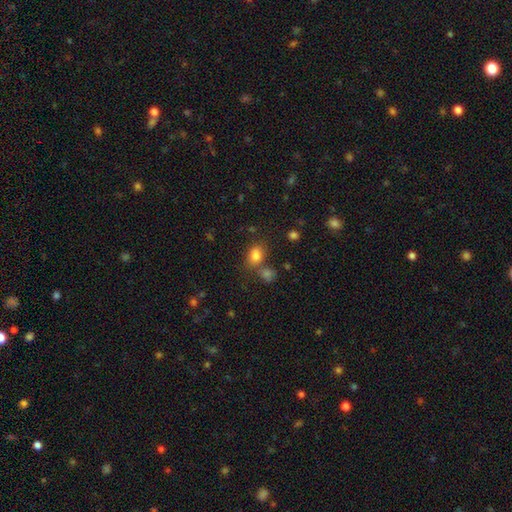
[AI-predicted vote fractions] smooth-or-featured: smooth: 79% | star or artifact: 13% | featured or disk: 8%
  how-rounded: in between: 72% | round: 27% | cigar-shaped: 2%
  merging: none: 57% | merger: 23% | minor disturbance: 15% | major disturbance: 6%